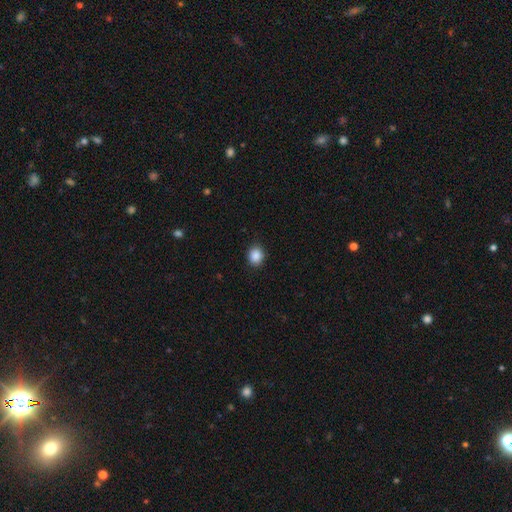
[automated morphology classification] The model was most divided on "how rounded": round: 69%, in between: 31%, cigar-shaped: 1%. More confident: merging — none (89%); smooth or featured — smooth (88%).